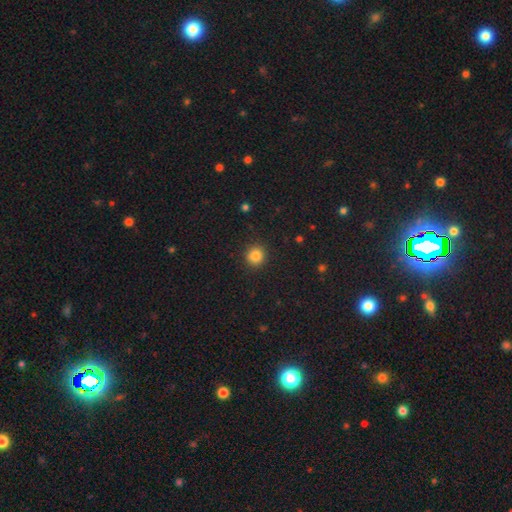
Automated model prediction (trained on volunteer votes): This is clearly a smooth galaxy (84%). How rounded: clearly round (93%). Merging: clearly none (91%).